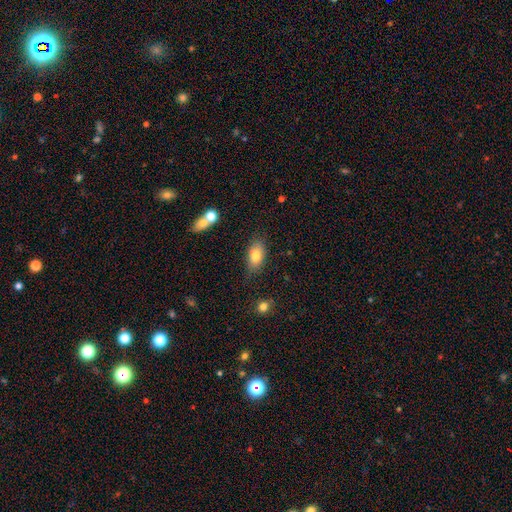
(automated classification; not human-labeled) Overall: smooth (79%). How rounded: in between (89%). Merging: none (72%).